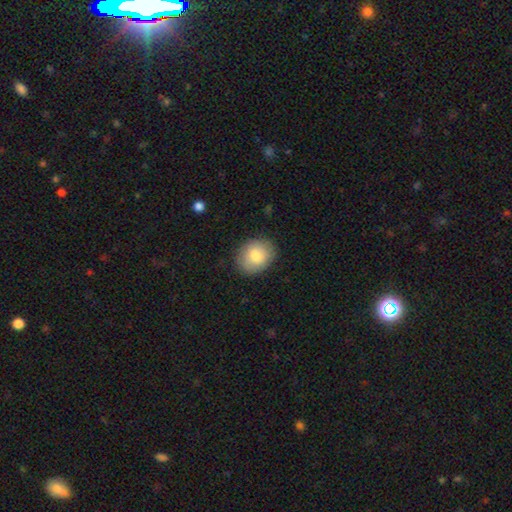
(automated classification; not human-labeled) This is likely a smooth galaxy (79%). How rounded: possibly round (51%). Merging: clearly none (84%).